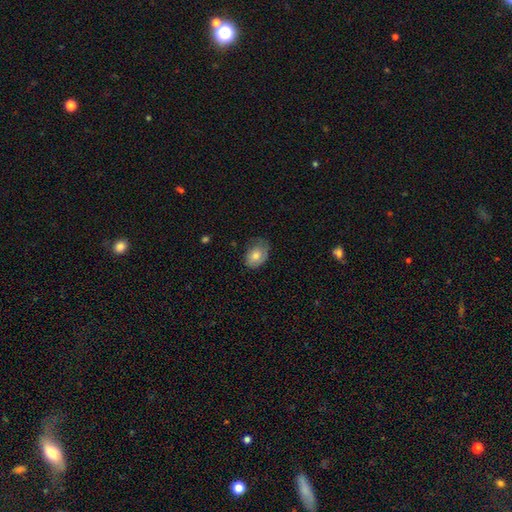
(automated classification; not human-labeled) Q: Smooth or featured?
A: smooth (71%); runner-up: featured or disk (22%)
Q: How rounded?
A: in between (74%); runner-up: round (25%)
Q: Merging?
A: none (57%); runner-up: minor disturbance (31%)